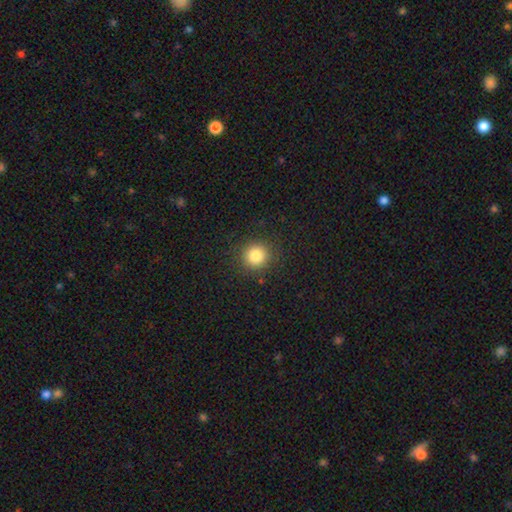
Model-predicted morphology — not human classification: This is clearly a smooth galaxy (84%). How rounded: clearly round (92%). Merging: clearly none (90%).